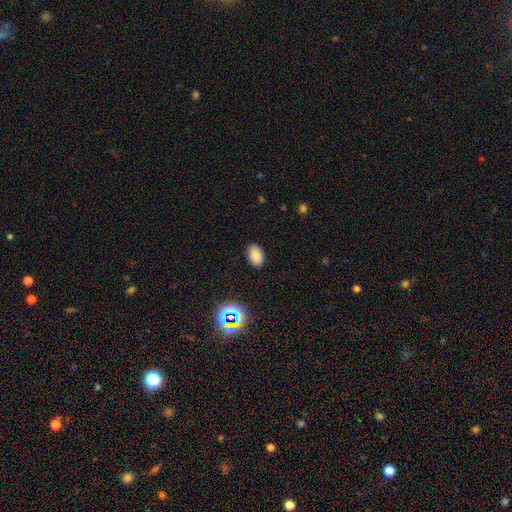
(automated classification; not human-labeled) This is clearly a smooth galaxy (82%). How rounded: clearly in between (91%). Merging: clearly none (87%).